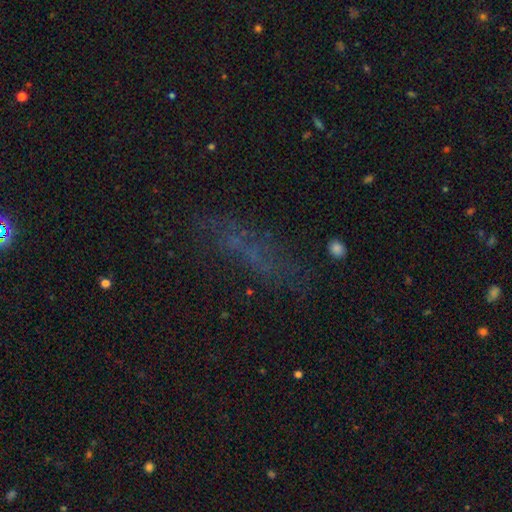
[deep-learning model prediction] Smooth or featured? smooth (43%)
Merging? none (58%)